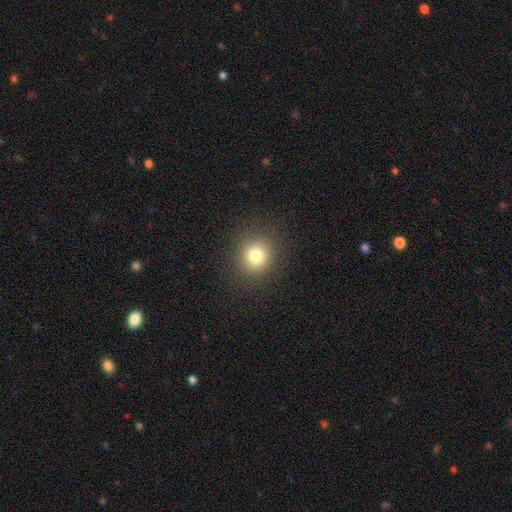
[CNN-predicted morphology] Smooth or featured: smooth — 79% (star or artifact — 13%)
How rounded: round — 88% (in between — 12%)
Merging: none — 90% (minor disturbance — 6%)